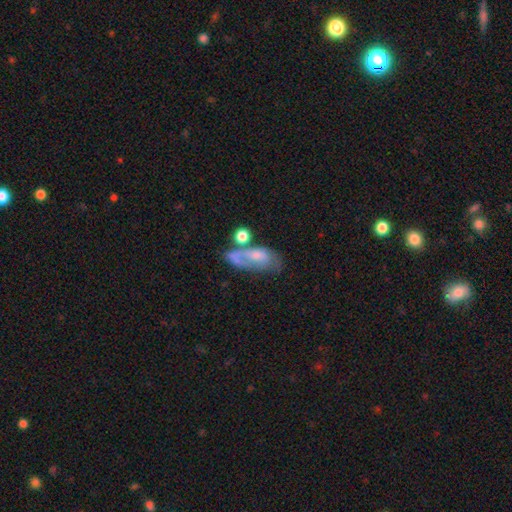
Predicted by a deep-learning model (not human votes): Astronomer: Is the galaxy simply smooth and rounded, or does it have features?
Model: featured or disk — 47% (runner-up: smooth, 44%).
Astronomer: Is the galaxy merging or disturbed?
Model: none — 31% (runner-up: major disturbance, 24%).